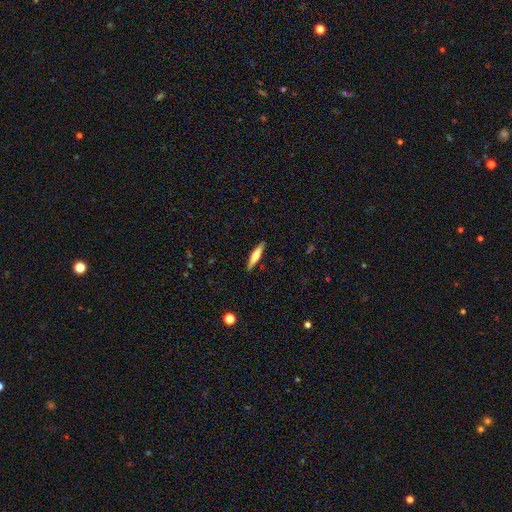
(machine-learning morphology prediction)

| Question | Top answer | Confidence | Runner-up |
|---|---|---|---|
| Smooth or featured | smooth | 58% | featured or disk (36%) |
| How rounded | cigar-shaped | 87% | in between (12%) |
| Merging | none | 89% | minor disturbance (8%) |